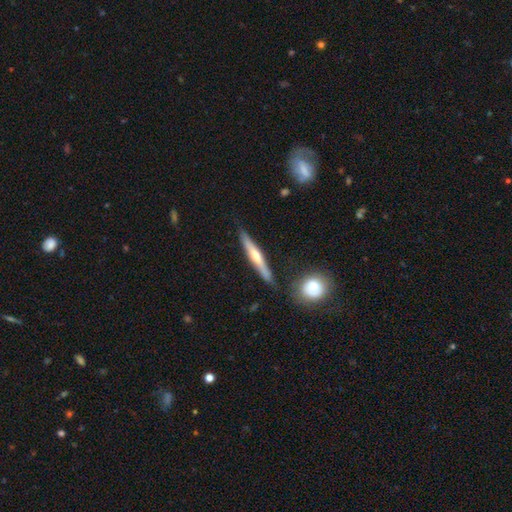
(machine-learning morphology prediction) Smooth or featured?
  - featured or disk: 57% *
  - smooth: 38%
  - star or artifact: 6%
Edge-on disk?
  - yes: 95% *
  - no: 5%
Edge-on bulge?
  - rounded: 78% *
  - none: 16%
  - boxy: 6%
Merging?
  - none: 83% *
  - minor disturbance: 11%
  - merger: 4%
  - major disturbance: 2%